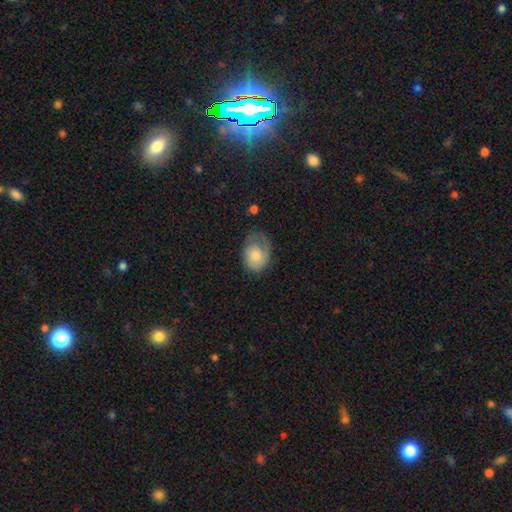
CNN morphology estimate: A smooth galaxy with no disk features (69%) that is in between round and cigar-shaped (68%).

Vote fractions:
- Smooth or featured? smooth: 69% / featured or disk: 25% / star or artifact: 7%
- How rounded? in between: 68% / round: 31% / cigar-shaped: 1%
- Merging? none: 38% / minor disturbance: 35% / major disturbance: 25% / merger: 2%